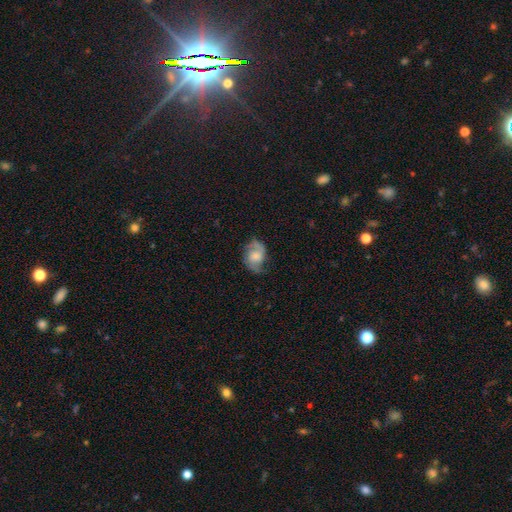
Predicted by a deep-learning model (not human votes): Q: Smooth or featured?
A: featured or disk (64%); runner-up: smooth (28%)
Q: Edge-on disk?
A: no (97%); runner-up: yes (3%)
Q: Bar?
A: no (61%); runner-up: weak (33%)
Q: Spiral arms?
A: yes (89%); runner-up: no (11%)
Q: Spiral winding?
A: medium (47%); runner-up: loose (32%)
Q: Spiral arm count?
A: 2 (83%); runner-up: can't tell (8%)
Q: Bulge size?
A: moderate (33%); runner-up: large (23%)
Q: Merging?
A: none (62%); runner-up: minor disturbance (24%)